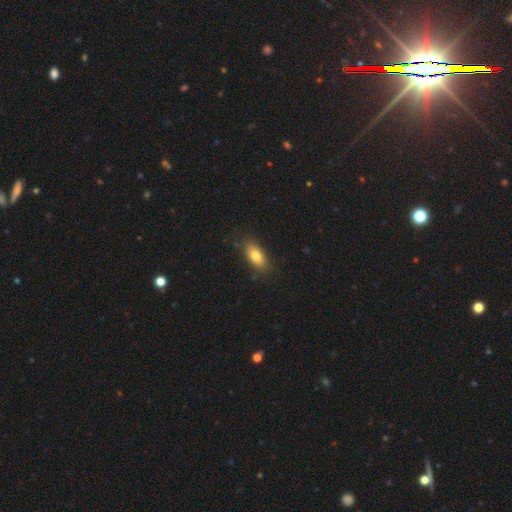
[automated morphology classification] This appears to be a smooth galaxy with no disk features (78%) that is in between round and cigar-shaped (83%). Merging: none (82%).